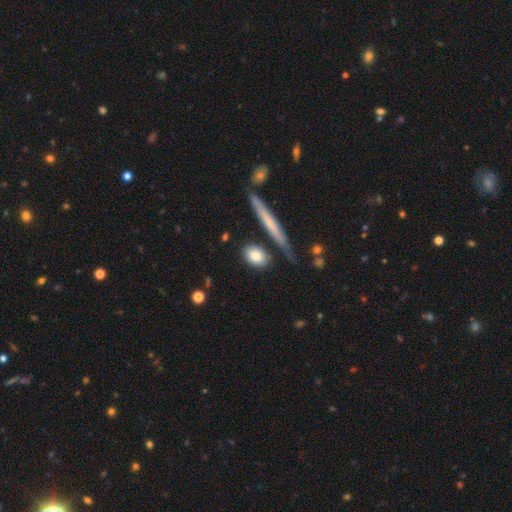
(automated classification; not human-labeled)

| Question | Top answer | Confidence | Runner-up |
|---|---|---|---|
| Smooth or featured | smooth | 82% | featured or disk (12%) |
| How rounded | in between | 59% | round (30%) |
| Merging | none | 76% | minor disturbance (13%) |